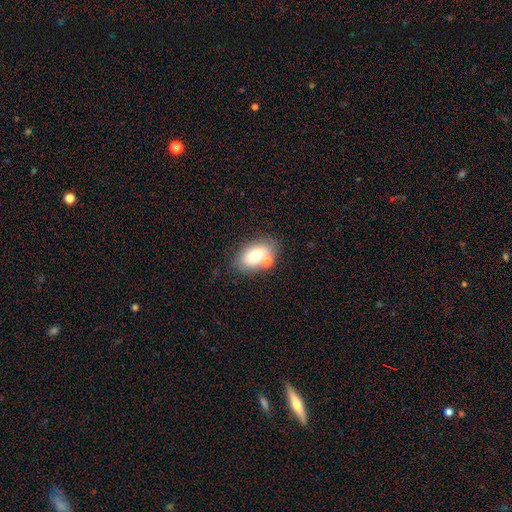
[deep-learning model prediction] Smooth or featured? smooth (68%)
How rounded? in between (86%)
Merging? none (62%)